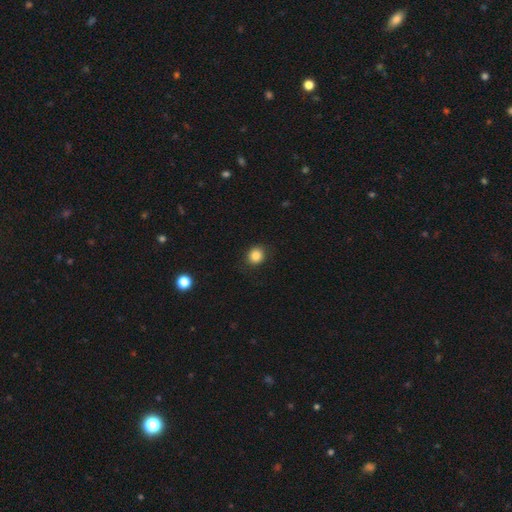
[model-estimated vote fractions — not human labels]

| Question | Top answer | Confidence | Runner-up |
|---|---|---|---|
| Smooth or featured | smooth | 85% | star or artifact (10%) |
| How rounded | round | 80% | in between (19%) |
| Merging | none | 85% | minor disturbance (11%) |